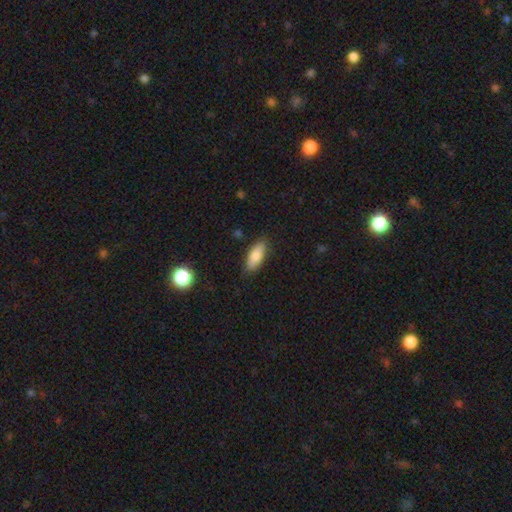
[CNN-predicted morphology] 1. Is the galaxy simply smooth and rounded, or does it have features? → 78% smooth, 16% featured or disk, 7% star or artifact.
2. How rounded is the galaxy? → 74% in between, 24% cigar-shaped, 2% round.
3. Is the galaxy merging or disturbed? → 84% none, 12% minor disturbance, 2% major disturbance, 2% merger.